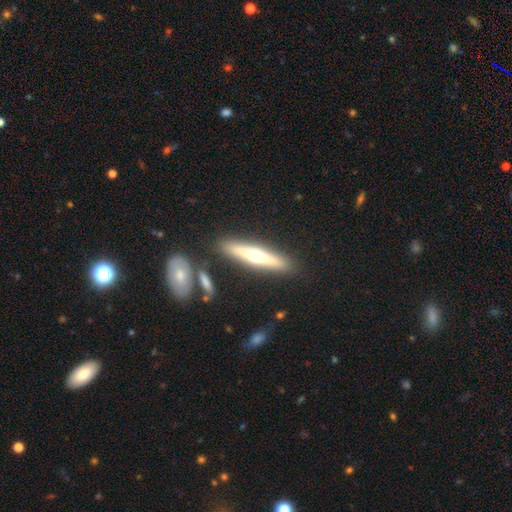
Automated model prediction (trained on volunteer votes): Smooth or featured? Predicted: featured or disk (p=0.55). Edge-on disk? Predicted: yes (p=0.92). Edge-on bulge? Predicted: rounded (p=0.90). Merging? Predicted: none (p=0.85).